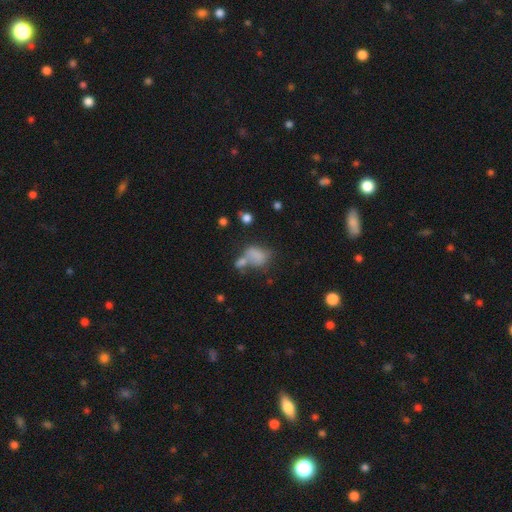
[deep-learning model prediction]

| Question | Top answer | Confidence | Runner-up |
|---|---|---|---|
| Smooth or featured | smooth | 73% | featured or disk (15%) |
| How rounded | in between | 75% | round (23%) |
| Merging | merger | 38% | none (29%) |